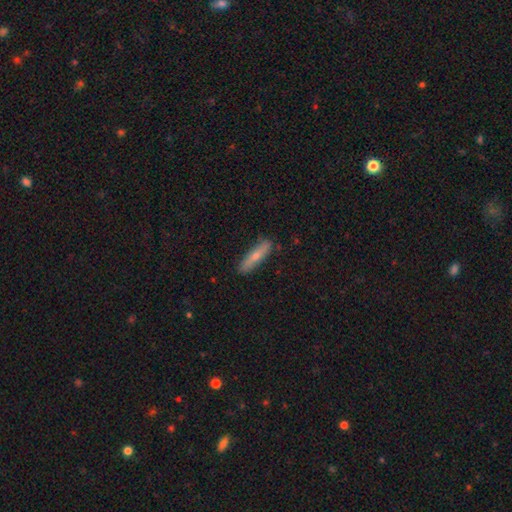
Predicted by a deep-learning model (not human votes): Smooth or featured? smooth (59%)
How rounded? cigar-shaped (82%)
Merging? none (85%)